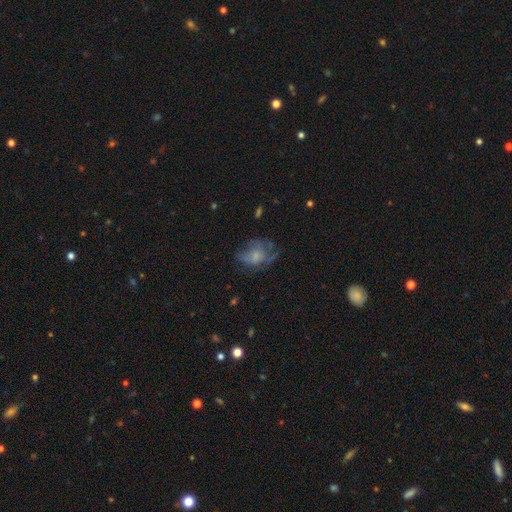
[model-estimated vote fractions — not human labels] A smooth galaxy with no disk features (46%).

Vote fractions:
- Smooth or featured? smooth: 46% / featured or disk: 42% / star or artifact: 12%
- Merging? none: 39% / major disturbance: 33% / minor disturbance: 26% / merger: 2%